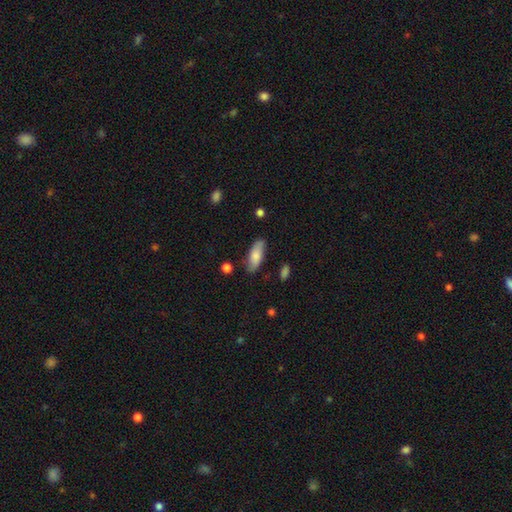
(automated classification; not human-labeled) A smooth galaxy with no disk features (76%) that is in between round and cigar-shaped (75%). Merging: none (80%).